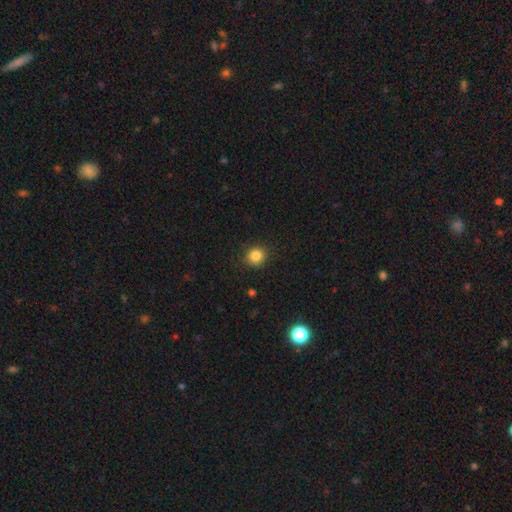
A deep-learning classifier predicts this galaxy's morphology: smooth_or_featured: smooth (p=0.84) [alt: star or artifact p=0.11]
how_rounded: round (p=0.86) [alt: in between p=0.13]
merging: none (p=0.88) [alt: minor disturbance p=0.08]